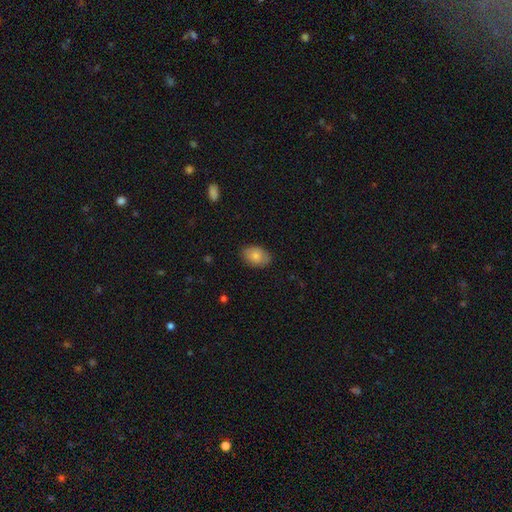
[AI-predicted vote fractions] Smooth or featured?
  - smooth: 81% *
  - featured or disk: 12%
  - star or artifact: 7%
How rounded?
  - in between: 84% *
  - round: 14%
  - cigar-shaped: 1%
Merging?
  - none: 82% *
  - minor disturbance: 14%
  - major disturbance: 3%
  - merger: 1%